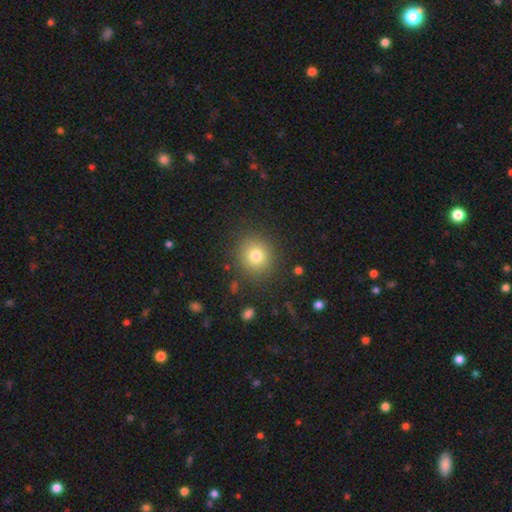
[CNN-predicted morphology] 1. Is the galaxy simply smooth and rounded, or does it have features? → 78% smooth, 12% star or artifact, 9% featured or disk.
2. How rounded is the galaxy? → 85% round, 14% in between, 1% cigar-shaped.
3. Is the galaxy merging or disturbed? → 87% none, 8% minor disturbance, 3% major disturbance, 2% merger.